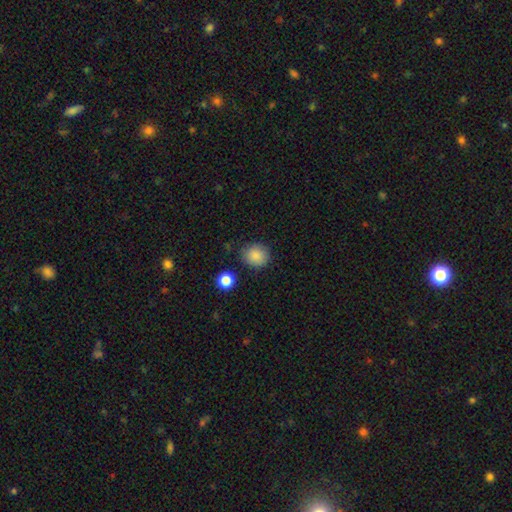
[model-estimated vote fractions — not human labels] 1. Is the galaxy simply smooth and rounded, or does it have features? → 86% smooth, 10% star or artifact, 4% featured or disk.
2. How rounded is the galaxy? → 85% round, 14% in between, 1% cigar-shaped.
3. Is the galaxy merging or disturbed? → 84% none, 10% minor disturbance, 3% major disturbance, 3% merger.